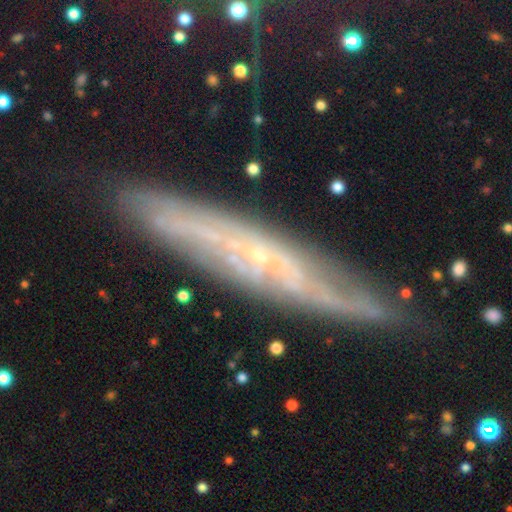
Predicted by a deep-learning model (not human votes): Smooth or featured: featured or disk — 77% (smooth — 14%)
Edge-on disk: yes — 56% (no — 44%)
Merging: none — 78% (minor disturbance — 16%)